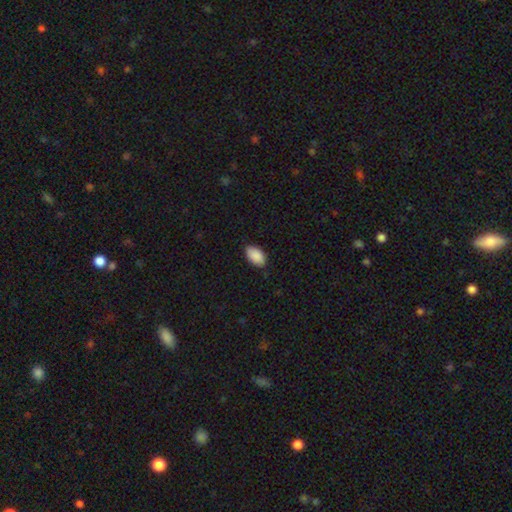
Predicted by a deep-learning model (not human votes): smooth_or_featured: smooth (p=0.90) [alt: star or artifact p=0.06]
how_rounded: in between (p=0.94) [alt: round p=0.04]
merging: none (p=0.83) [alt: minor disturbance p=0.13]